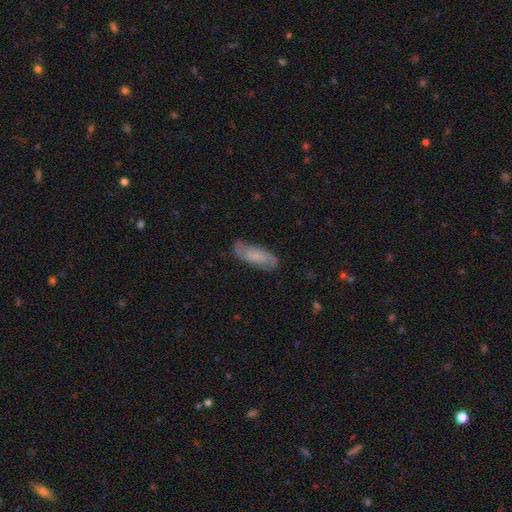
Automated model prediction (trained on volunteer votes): Smooth or featured?
  - featured or disk: 56% *
  - smooth: 37%
  - star or artifact: 7%
Edge-on disk?
  - no: 89% *
  - yes: 11%
Merging?
  - none: 78% *
  - minor disturbance: 16%
  - major disturbance: 4%
  - merger: 1%